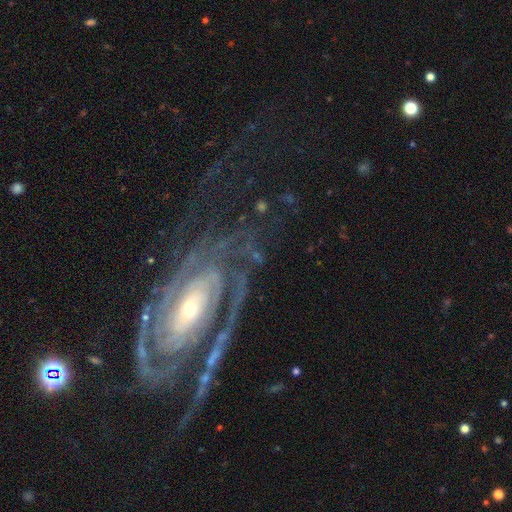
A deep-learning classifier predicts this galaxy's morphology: A featured or disk galaxy (83%) with no bar (58%), tight (67%) spiral arms (94%) and a small central bulge (54%). Merging: none (65%).